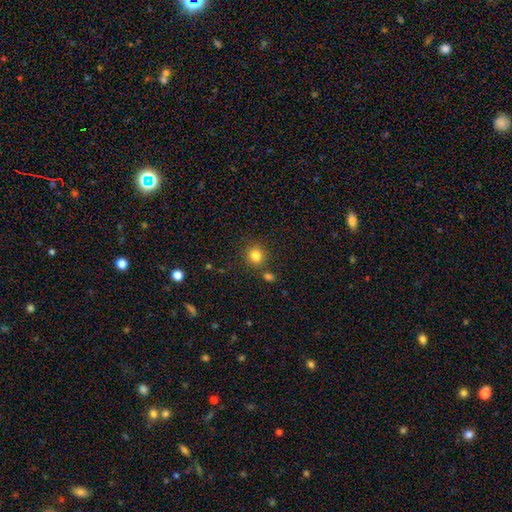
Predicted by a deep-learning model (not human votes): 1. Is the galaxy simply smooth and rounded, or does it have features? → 82% smooth, 12% star or artifact, 5% featured or disk.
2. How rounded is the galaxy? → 87% round, 12% in between, 1% cigar-shaped.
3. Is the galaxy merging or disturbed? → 81% none, 8% minor disturbance, 8% merger, 3% major disturbance.